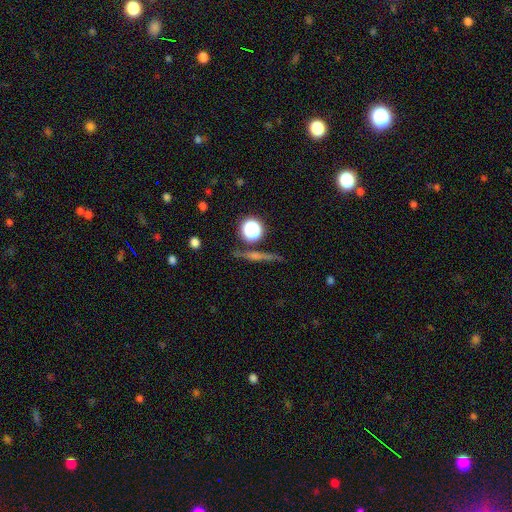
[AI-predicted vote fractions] A star or artifact, not a galaxy (43%).